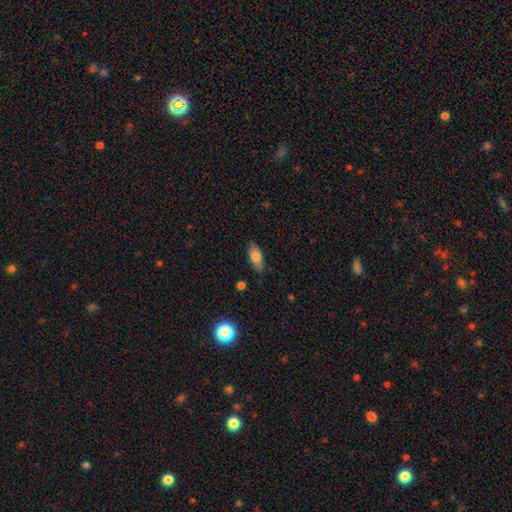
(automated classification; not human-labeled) Smooth or featured?
  - smooth: 79% *
  - featured or disk: 14%
  - star or artifact: 8%
How rounded?
  - in between: 84% *
  - cigar-shaped: 13%
  - round: 3%
Merging?
  - none: 82% *
  - minor disturbance: 14%
  - major disturbance: 3%
  - merger: 1%